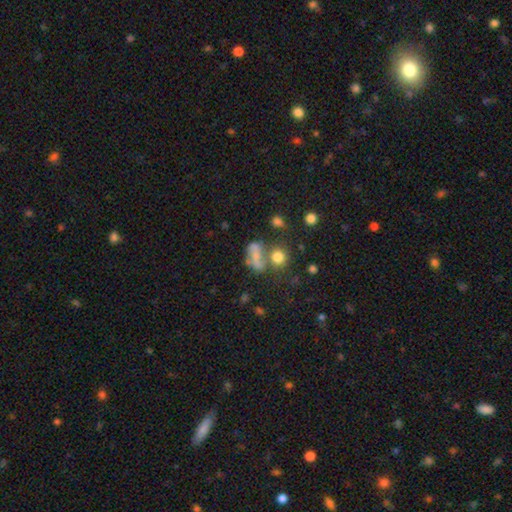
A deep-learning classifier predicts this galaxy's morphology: Smooth or featured?
  - smooth: 50% *
  - featured or disk: 32%
  - star or artifact: 18%
How rounded?
  - in between: 63% *
  - round: 31%
  - cigar-shaped: 5%
Merging?
  - merger: 34% *
  - none: 30%
  - major disturbance: 19%
  - minor disturbance: 16%